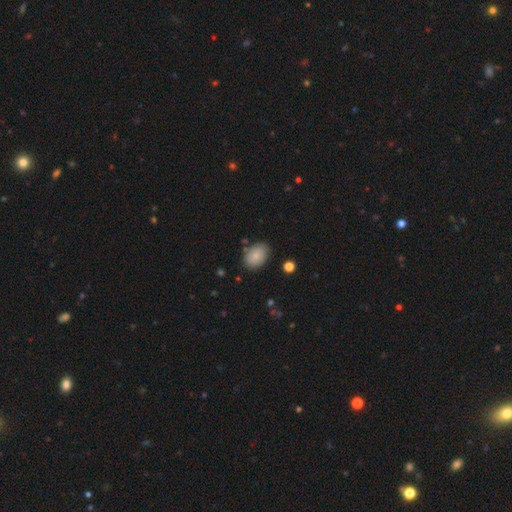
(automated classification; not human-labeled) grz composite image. It shows a smooth galaxy with no disk features (84%) that is in between round and cigar-shaped (82%). Merging: none (81%).